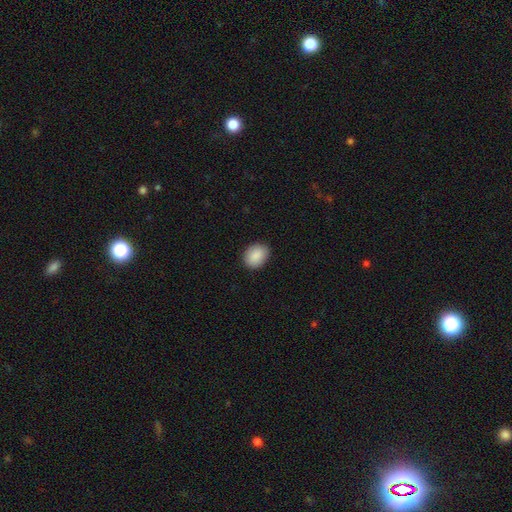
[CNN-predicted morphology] type=smooth (90%); roundness=in between (62%); merging=none (87%).